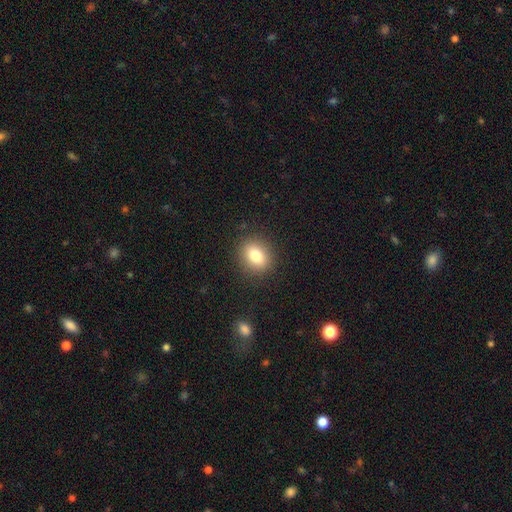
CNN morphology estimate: This appears to be a smooth galaxy with no disk features (79%) that is round (52%). Merging: none (88%).